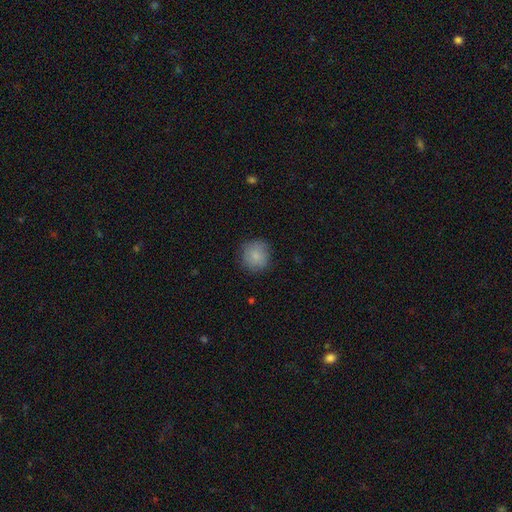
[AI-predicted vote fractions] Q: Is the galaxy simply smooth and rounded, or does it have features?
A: smooth — 84%.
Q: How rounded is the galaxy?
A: round — 90%.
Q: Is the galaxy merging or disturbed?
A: none — 82%.